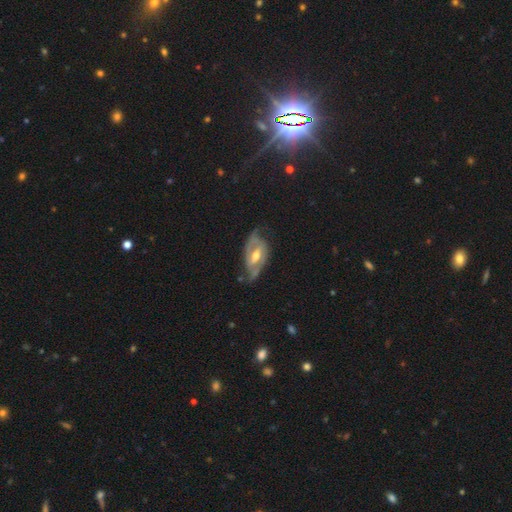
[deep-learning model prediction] smooth_or_featured: featured or disk (p=0.83) [alt: smooth p=0.12]
disk_edge_on: no (p=0.94) [alt: yes p=0.06]
bar: weak (p=0.47) [alt: strong p=0.31]
has_spiral_arms: yes (p=0.89) [alt: no p=0.11]
spiral_winding: medium (p=0.45) [alt: tight p=0.32]
spiral_arm_count: 2 (p=0.84) [alt: can't tell p=0.09]
bulge_size: moderate (p=0.71) [alt: small p=0.20]
merging: none (p=0.63) [alt: minor disturbance p=0.23]